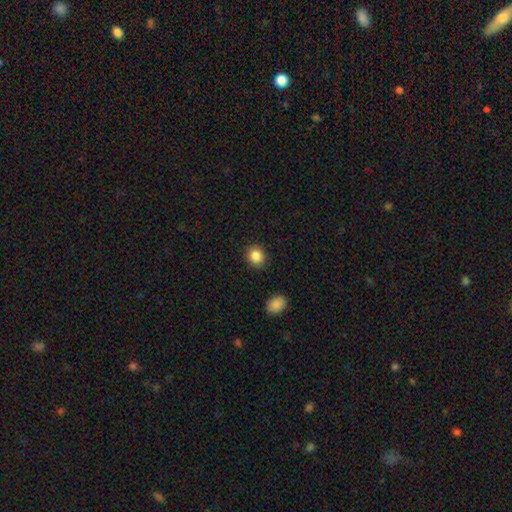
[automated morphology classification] A smooth galaxy with no disk features (87%) that is round (75%). Merging: none (89%).